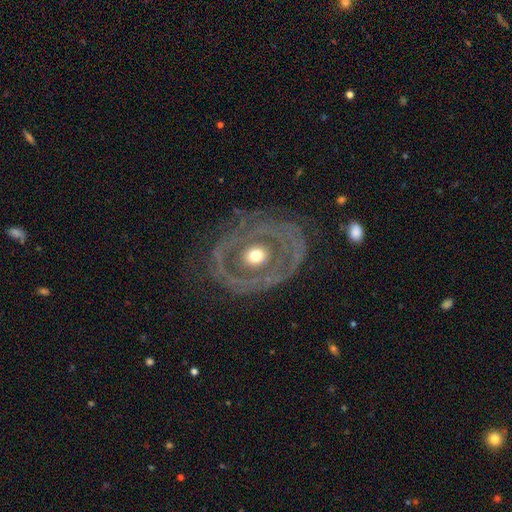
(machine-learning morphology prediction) The model was most divided on "spiral arms": yes: 56%, no: 44%. More confident: edge-on disk — no (96%); bar — no (83%); smooth or featured — featured or disk (79%); merging — none (68%); bulge size — moderate (68%).